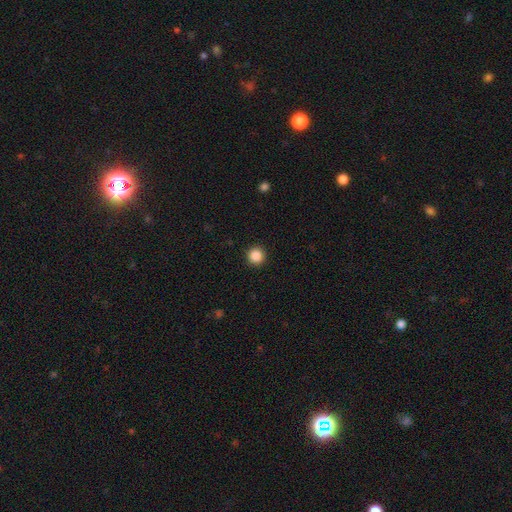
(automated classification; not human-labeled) smooth_or_featured: smooth (p=0.88) [alt: star or artifact p=0.10]
how_rounded: round (p=0.96) [alt: in between p=0.03]
merging: none (p=0.93) [alt: minor disturbance p=0.04]